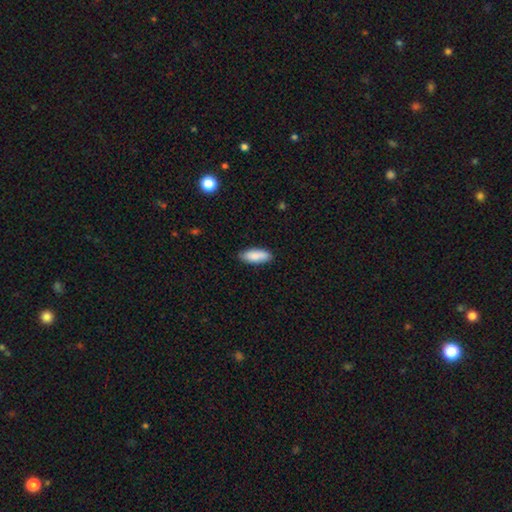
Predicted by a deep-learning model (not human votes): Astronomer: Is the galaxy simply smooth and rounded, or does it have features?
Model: smooth — 86%.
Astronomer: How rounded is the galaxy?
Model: in between — 76%.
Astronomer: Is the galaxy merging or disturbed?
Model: none — 85%.